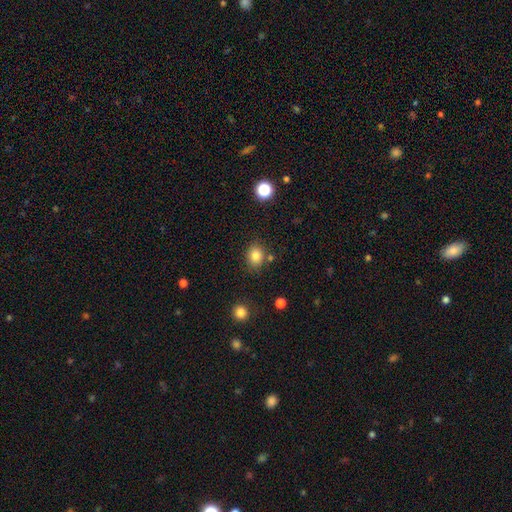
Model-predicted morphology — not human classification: Smooth or featured?
  - smooth: 82% *
  - star or artifact: 11%
  - featured or disk: 7%
How rounded?
  - round: 62% *
  - in between: 37%
  - cigar-shaped: 1%
Merging?
  - none: 78% *
  - minor disturbance: 12%
  - merger: 6%
  - major disturbance: 3%